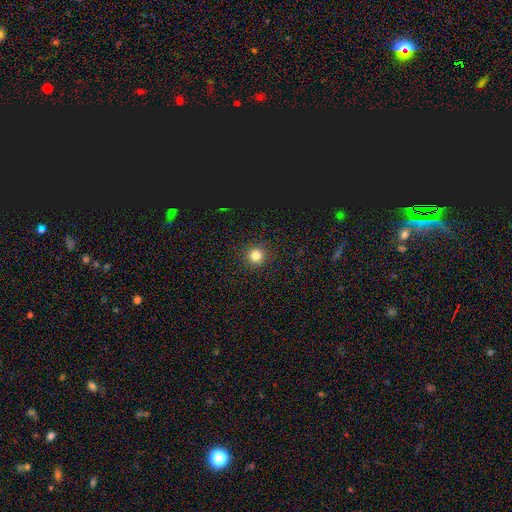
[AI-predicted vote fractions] smooth-or-featured: smooth: 81% | star or artifact: 14% | featured or disk: 5%
  how-rounded: round: 95% | in between: 4% | cigar-shaped: 1%
  merging: none: 92% | minor disturbance: 5% | major disturbance: 2% | merger: 1%